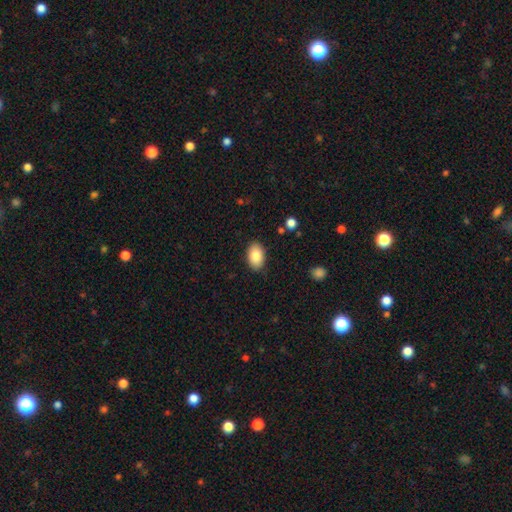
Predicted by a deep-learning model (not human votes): A smooth galaxy with no disk features (86%) that is in between round and cigar-shaped (90%). Merging: none (87%).